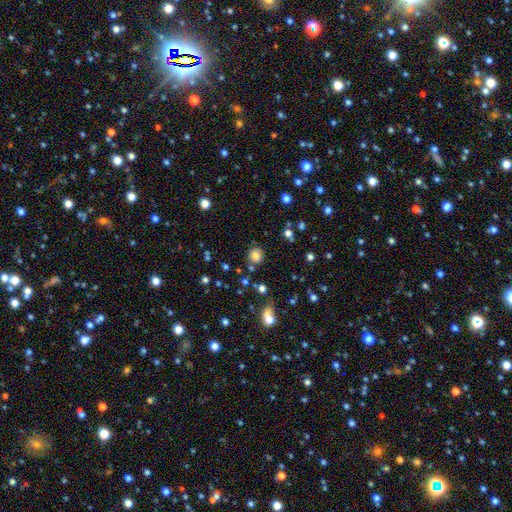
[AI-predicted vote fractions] The model was most divided on "smooth or featured": smooth: 78%, star or artifact: 14%, featured or disk: 8%. More confident: how rounded — round (81%); merging — none (79%).